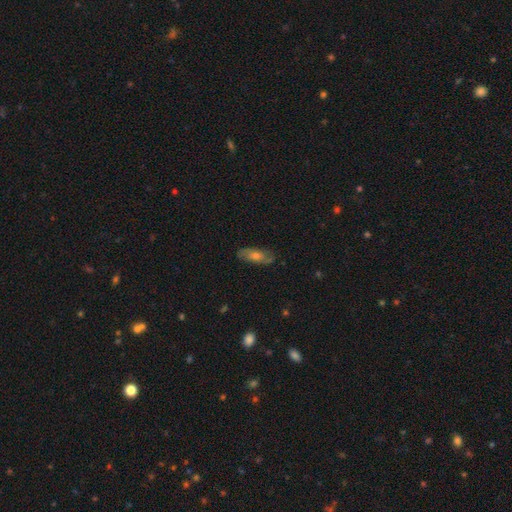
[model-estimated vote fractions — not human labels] Overall: featured or disk (52%; smooth 39%). Edge-on disk: no (75%). Merging: none (81%).